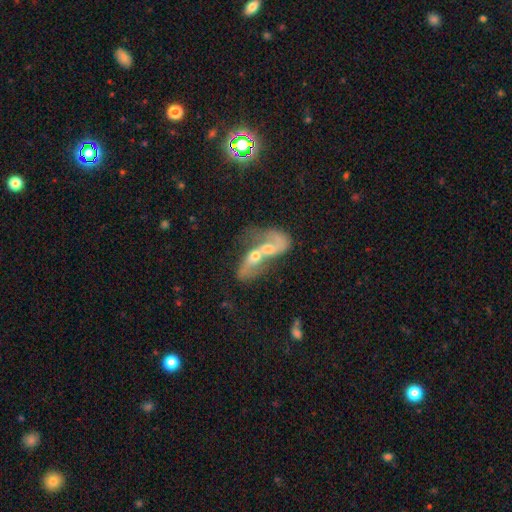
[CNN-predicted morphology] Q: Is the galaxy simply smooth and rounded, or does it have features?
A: featured or disk — 58%.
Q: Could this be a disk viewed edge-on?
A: no — 91%.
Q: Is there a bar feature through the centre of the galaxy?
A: no — 67%.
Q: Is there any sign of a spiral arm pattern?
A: yes — 57%.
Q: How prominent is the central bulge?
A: moderate — 61%.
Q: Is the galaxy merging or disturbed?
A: merger — 81%.